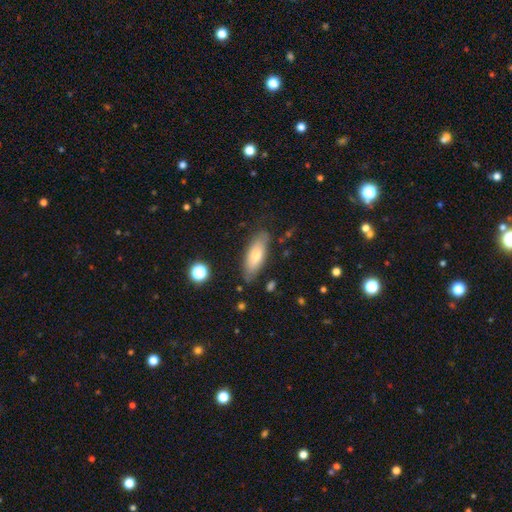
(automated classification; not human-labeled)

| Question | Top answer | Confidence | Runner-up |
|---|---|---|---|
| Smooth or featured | smooth | 70% | featured or disk (24%) |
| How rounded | in between | 66% | cigar-shaped (32%) |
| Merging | none | 78% | minor disturbance (16%) |